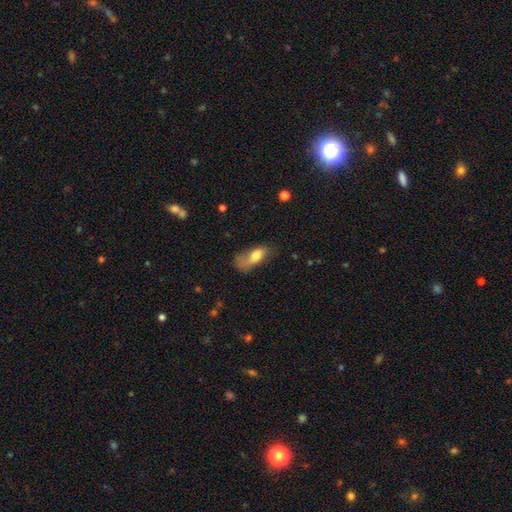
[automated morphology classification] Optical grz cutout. It shows a smooth galaxy with no disk features (71%) that is in between round and cigar-shaped (81%). Merging: major disturbance (35%).